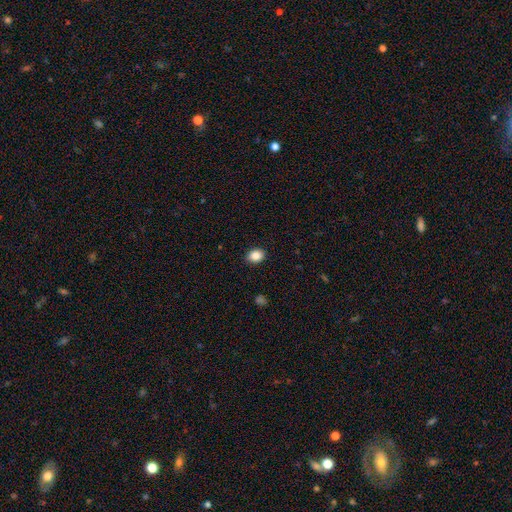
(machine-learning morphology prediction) Q: Smooth or featured?
A: smooth (87%); runner-up: star or artifact (9%)
Q: How rounded?
A: in between (61%); runner-up: round (38%)
Q: Merging?
A: none (89%); runner-up: minor disturbance (8%)